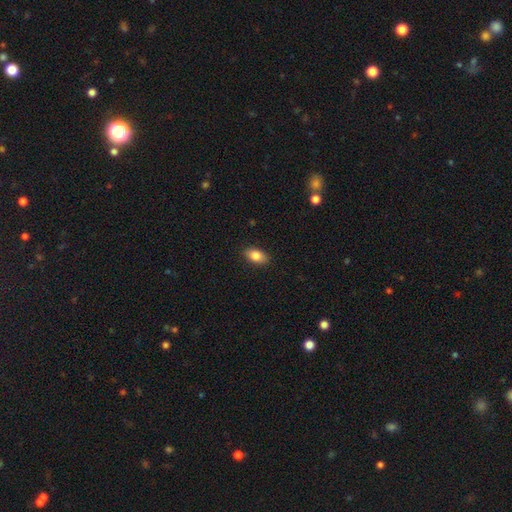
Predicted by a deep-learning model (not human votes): smooth 84%, featured or disk 8%, star or artifact 8%. Down the decision tree: how rounded — in between (90%); merging — none (88%).